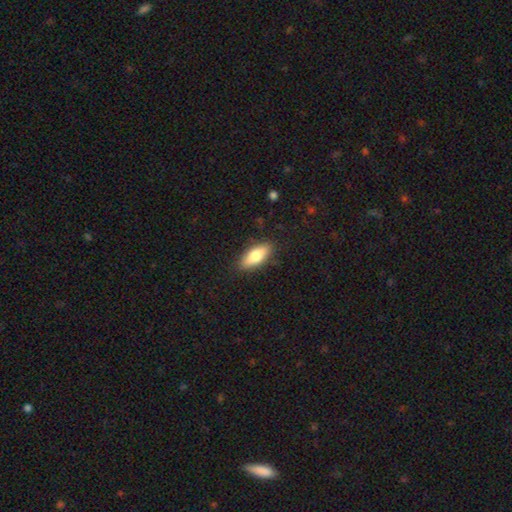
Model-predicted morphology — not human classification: smooth_or_featured: smooth (p=0.76) [alt: featured or disk p=0.18]
how_rounded: in between (p=0.76) [alt: cigar-shaped p=0.21]
merging: none (p=0.86) [alt: minor disturbance p=0.11]